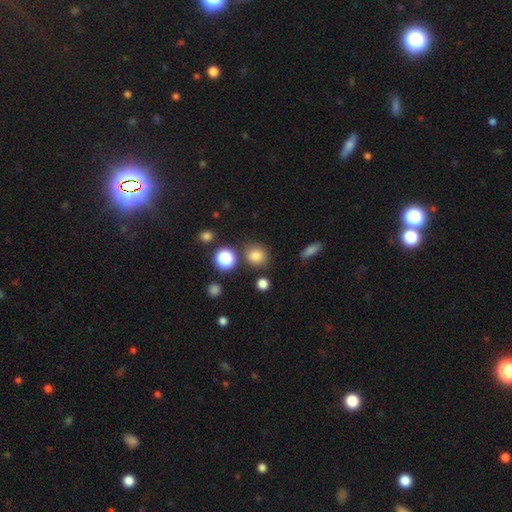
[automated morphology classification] This is likely a smooth galaxy (79%). How rounded: clearly round (82%). Merging: clearly none (81%).